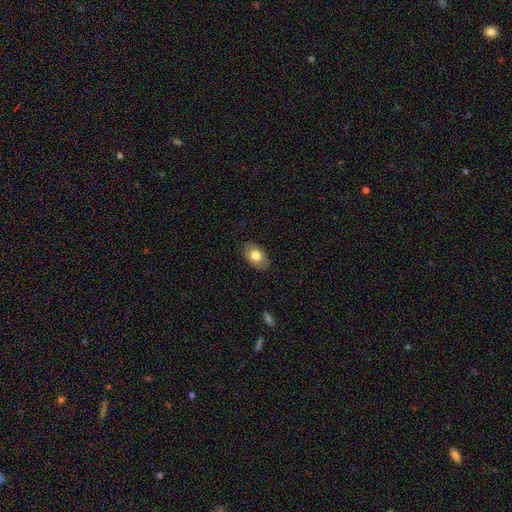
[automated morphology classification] This is likely a smooth galaxy (78%). How rounded: clearly in between (85%). Merging: clearly none (85%).